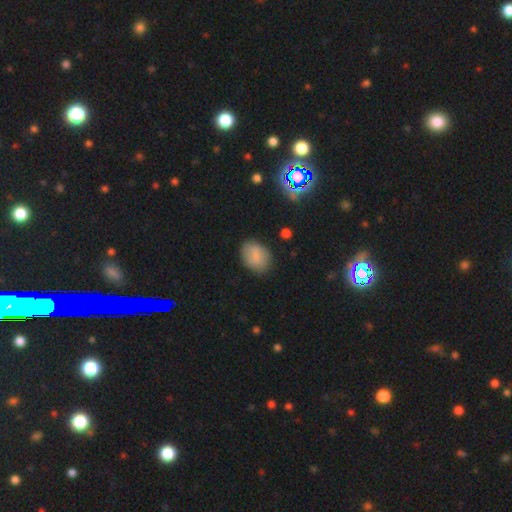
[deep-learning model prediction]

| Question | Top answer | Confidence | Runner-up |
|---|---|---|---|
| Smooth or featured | smooth | 77% | featured or disk (14%) |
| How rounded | in between | 71% | round (28%) |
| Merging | none | 79% | minor disturbance (16%) |